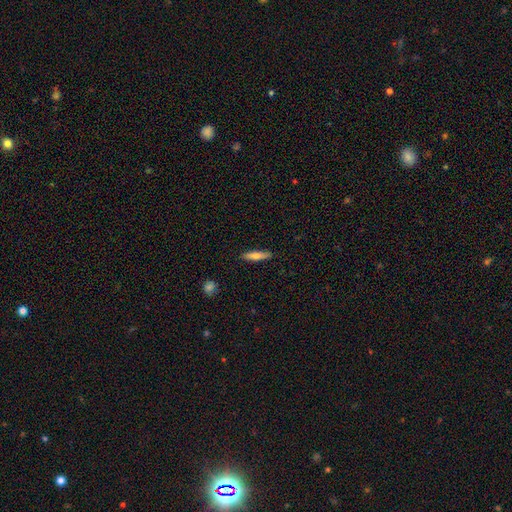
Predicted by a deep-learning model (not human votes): smooth-or-featured: smooth: 65% | featured or disk: 29% | star or artifact: 6%
  how-rounded: cigar-shaped: 78% | in between: 20% | round: 2%
  merging: none: 90% | minor disturbance: 7% | major disturbance: 2% | merger: 1%